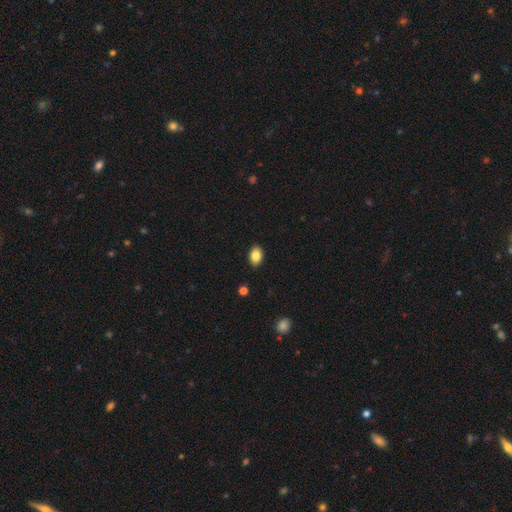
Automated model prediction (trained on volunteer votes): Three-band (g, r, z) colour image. It shows a smooth galaxy with no disk features (86%) that is in between round and cigar-shaped (83%). Merging: none (89%).